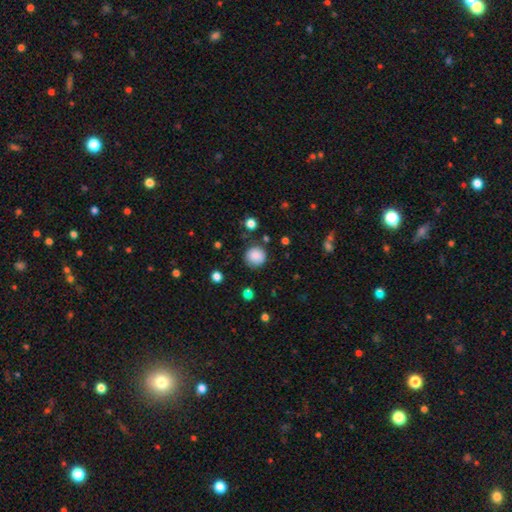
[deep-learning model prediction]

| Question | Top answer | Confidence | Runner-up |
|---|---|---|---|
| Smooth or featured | smooth | 86% | star or artifact (9%) |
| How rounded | round | 93% | in between (7%) |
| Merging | none | 82% | minor disturbance (11%) |